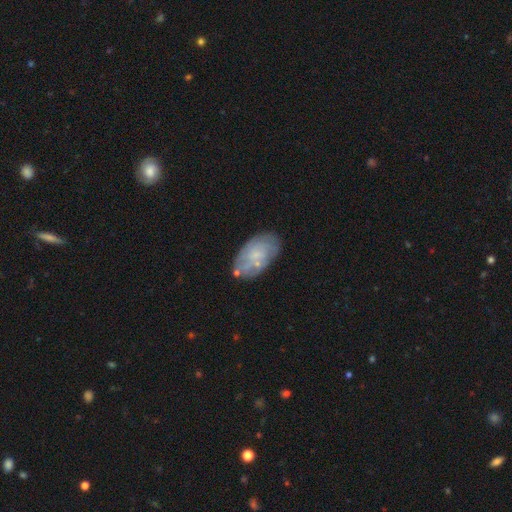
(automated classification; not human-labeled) featured or disk 49%, smooth 44%, star or artifact 7%. Down the decision tree: merging — none (68%).